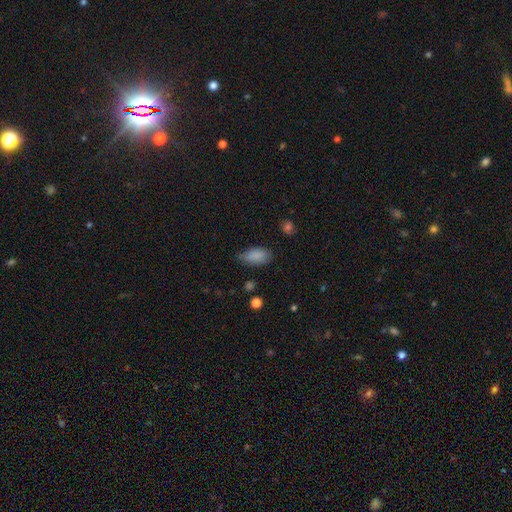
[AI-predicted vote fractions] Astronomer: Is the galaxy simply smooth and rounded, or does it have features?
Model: smooth — 86%.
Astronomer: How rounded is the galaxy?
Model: in between — 92%.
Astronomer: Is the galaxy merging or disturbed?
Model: none — 65%.